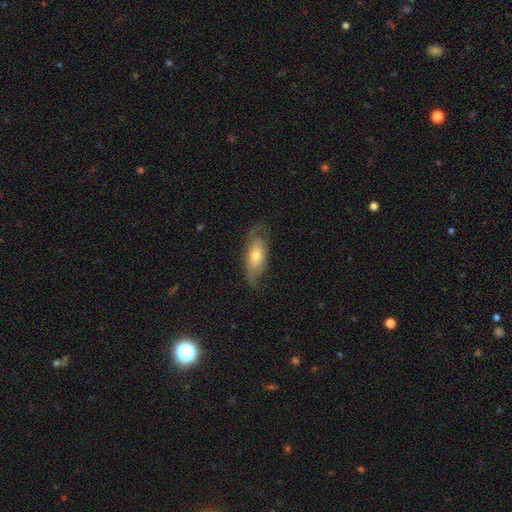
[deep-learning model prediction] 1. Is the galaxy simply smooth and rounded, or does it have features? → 51% featured or disk, 41% smooth, 9% star or artifact.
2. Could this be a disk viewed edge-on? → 76% no, 24% yes.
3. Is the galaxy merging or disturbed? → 65% none, 22% minor disturbance, 11% major disturbance, 1% merger.